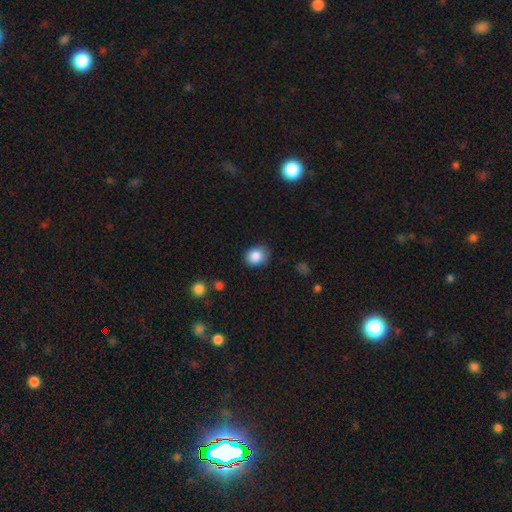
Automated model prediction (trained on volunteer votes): smooth_or_featured: smooth (p=0.86) [alt: star or artifact p=0.09]
how_rounded: round (p=0.51) [alt: in between p=0.48]
merging: none (p=0.78) [alt: minor disturbance p=0.17]